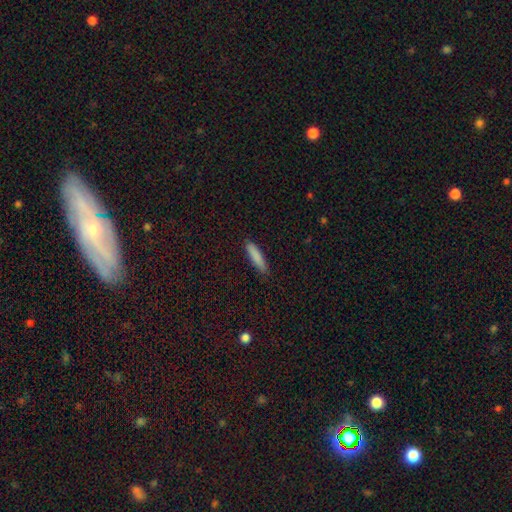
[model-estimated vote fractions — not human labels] smooth_or_featured: smooth (p=0.86) [alt: featured or disk p=0.08]
how_rounded: cigar-shaped (p=0.82) [alt: in between p=0.17]
merging: none (p=0.88) [alt: minor disturbance p=0.09]